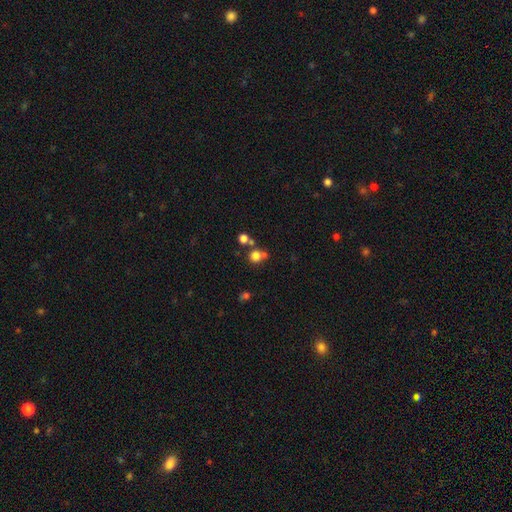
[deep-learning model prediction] A smooth galaxy with no disk features (75%) that is round (89%).

Vote fractions:
- Smooth or featured? smooth: 75% / star or artifact: 17% / featured or disk: 9%
- How rounded? round: 89% / in between: 10% / cigar-shaped: 1%
- Merging? none: 60% / merger: 27% / minor disturbance: 9% / major disturbance: 4%